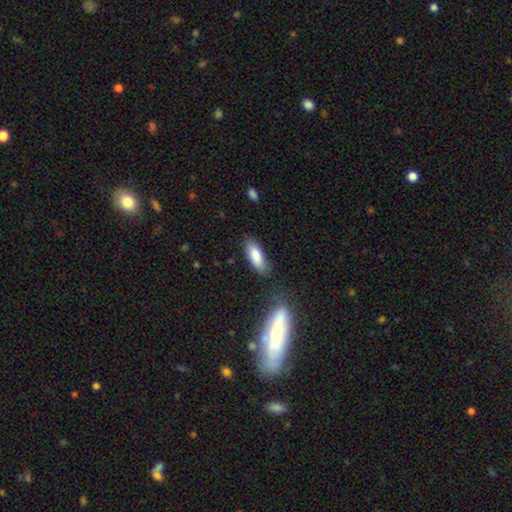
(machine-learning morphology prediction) smooth_or_featured: smooth (p=0.84) [alt: featured or disk p=0.09]
how_rounded: in between (p=0.71) [alt: cigar-shaped p=0.27]
merging: none (p=0.76) [alt: minor disturbance p=0.16]